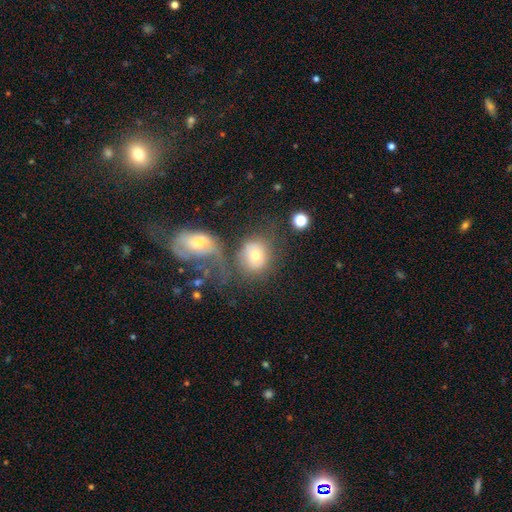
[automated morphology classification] type=smooth (63%); roundness=round (73%); merging=none (37%).